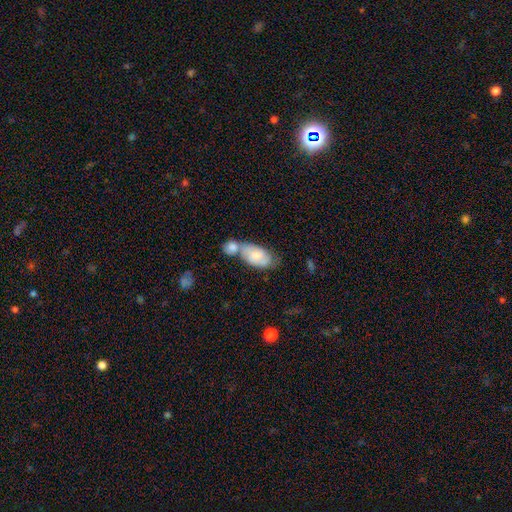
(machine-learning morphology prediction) This appears to be a smooth galaxy with no disk features (63%) that is in between round and cigar-shaped (91%). Merging: merger (57%).